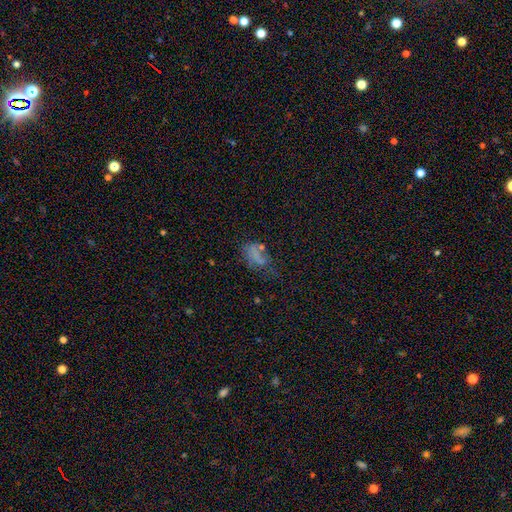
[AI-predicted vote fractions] A smooth galaxy with no disk features (53%) that is in between round and cigar-shaped (83%). Merging: none (39%).